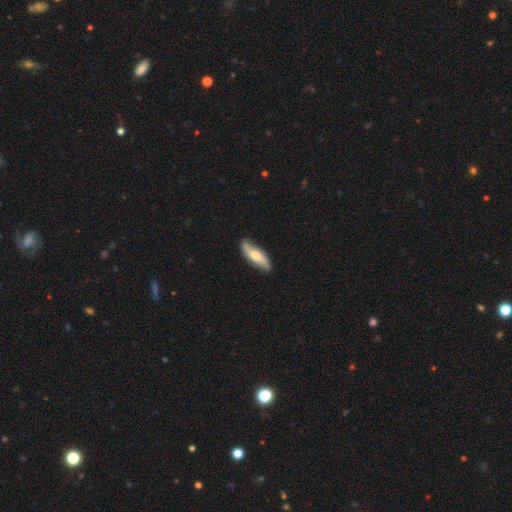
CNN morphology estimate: Smooth or featured?
  - featured or disk: 49% *
  - smooth: 45%
  - star or artifact: 5%
Merging?
  - none: 80% *
  - minor disturbance: 16%
  - major disturbance: 3%
  - merger: 2%